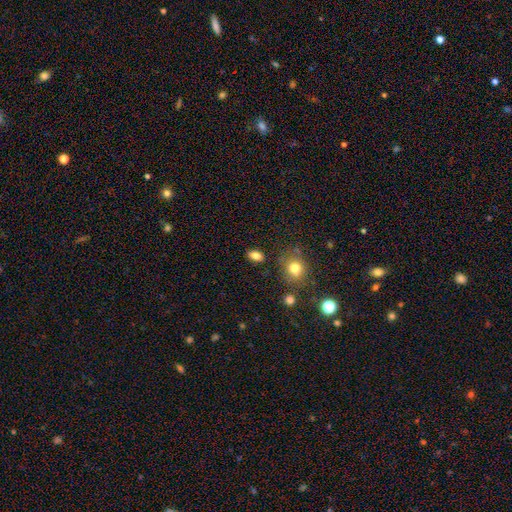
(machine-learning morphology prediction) A smooth galaxy with no disk features (82%) that is in between round and cigar-shaped (82%). Merging: none (84%).